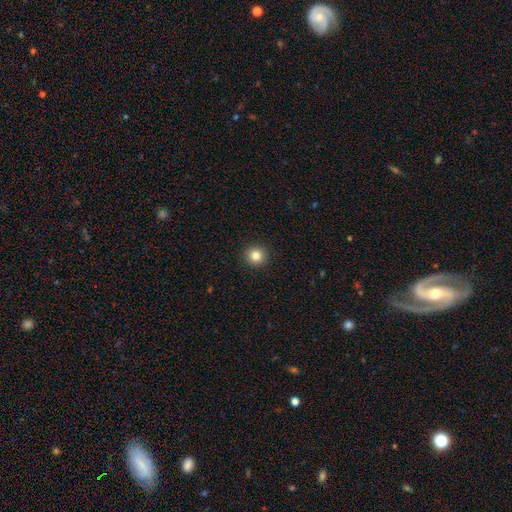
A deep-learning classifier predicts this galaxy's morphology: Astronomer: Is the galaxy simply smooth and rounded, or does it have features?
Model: smooth — 83%.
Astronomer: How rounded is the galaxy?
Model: round — 95%.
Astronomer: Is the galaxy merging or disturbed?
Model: none — 93%.